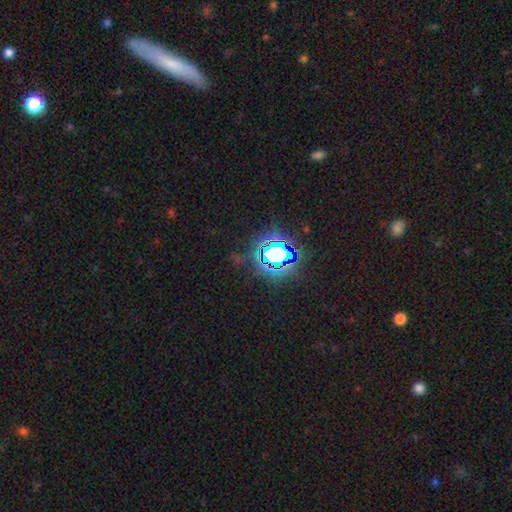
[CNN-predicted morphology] A star or artifact, not a galaxy (78%).

Vote fractions:
- Smooth or featured? star or artifact: 78% / smooth: 14% / featured or disk: 7%